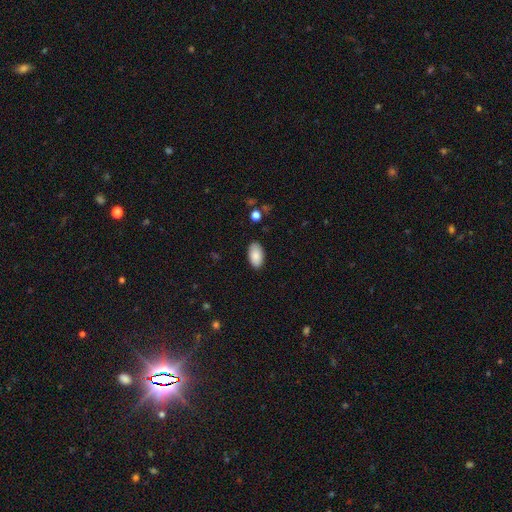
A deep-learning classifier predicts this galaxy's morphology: smooth_or_featured: smooth (p=0.88) [alt: star or artifact p=0.07]
how_rounded: in between (p=0.95) [alt: round p=0.03]
merging: none (p=0.87) [alt: minor disturbance p=0.10]